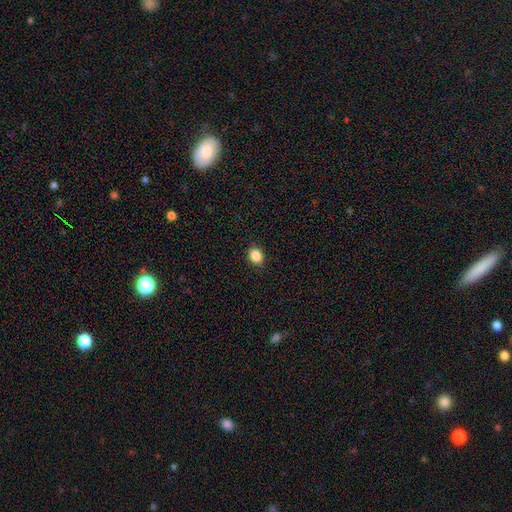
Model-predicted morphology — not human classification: Smooth or featured? smooth (87%)
How rounded? round (58%)
Merging? none (91%)